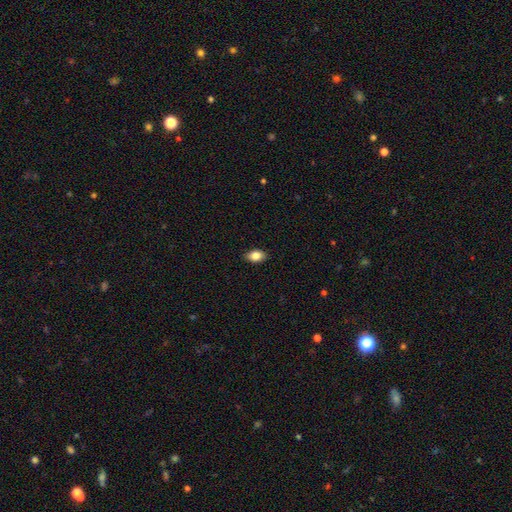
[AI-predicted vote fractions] Overall: smooth (83%). How rounded: in between (87%). Merging: none (88%).